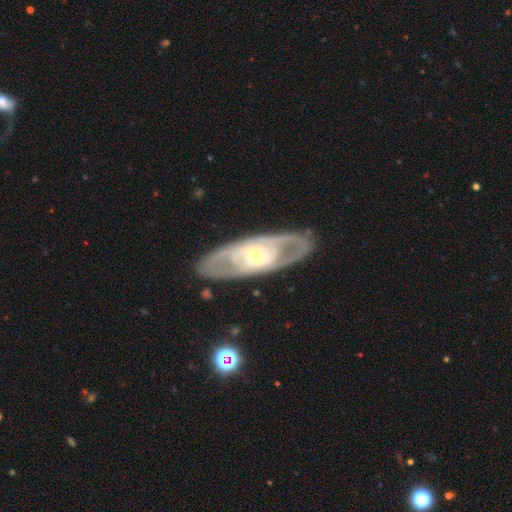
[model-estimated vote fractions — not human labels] Smooth or featured? featured or disk (78%)
Edge-on disk? no (83%)
Bar? no (58%)
Spiral arms? yes (72%)
Bulge size? small (45%)
Merging? none (80%)